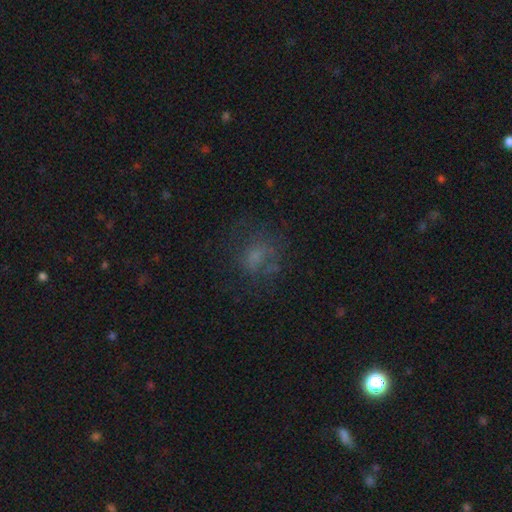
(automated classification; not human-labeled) A smooth galaxy with no disk features (52%) that is round (59%). Merging: none (56%).